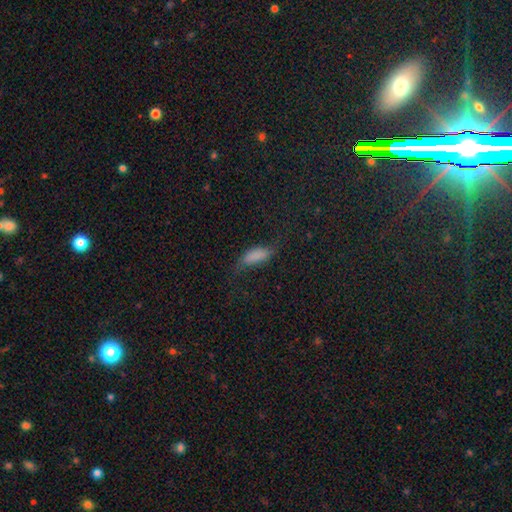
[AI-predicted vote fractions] Smooth or featured? Predicted: smooth (p=0.72). How rounded? Predicted: in between (p=0.75). Merging? Predicted: none (p=0.48).